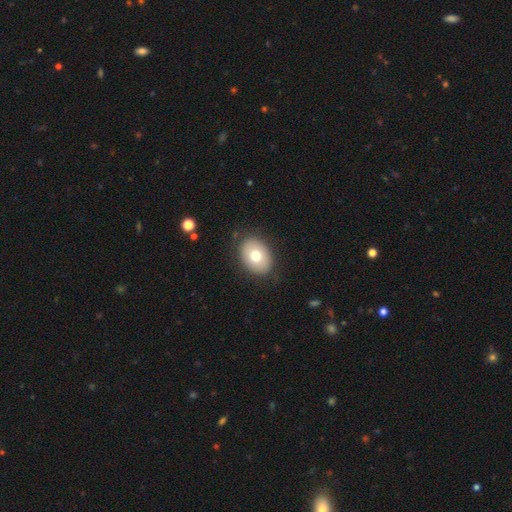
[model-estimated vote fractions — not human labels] smooth_or_featured: smooth (p=0.73) [alt: featured or disk p=0.19]
how_rounded: in between (p=0.74) [alt: round p=0.25]
merging: none (p=0.86) [alt: minor disturbance p=0.10]